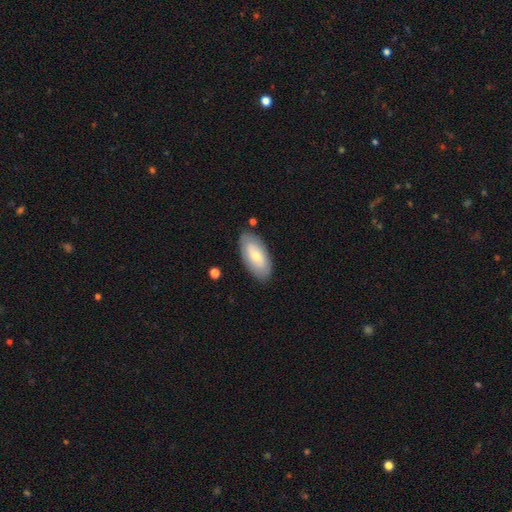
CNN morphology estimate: A smooth galaxy with no disk features (60%) that is in between round and cigar-shaped (91%). Merging: none (83%).